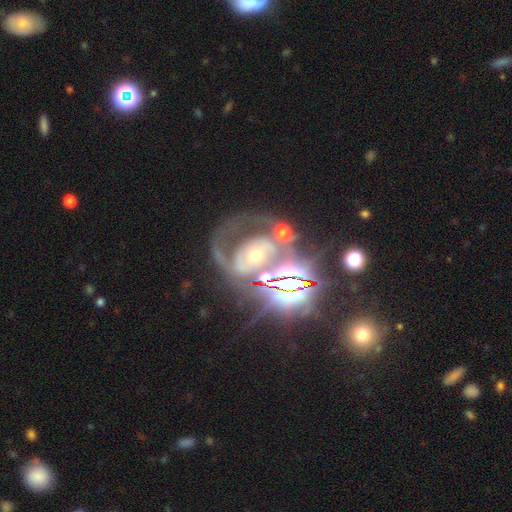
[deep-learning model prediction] A featured or disk galaxy (64%) with no bar (50%), spiral arms (75%) and a moderate central bulge (61%). Merging: none (43%).